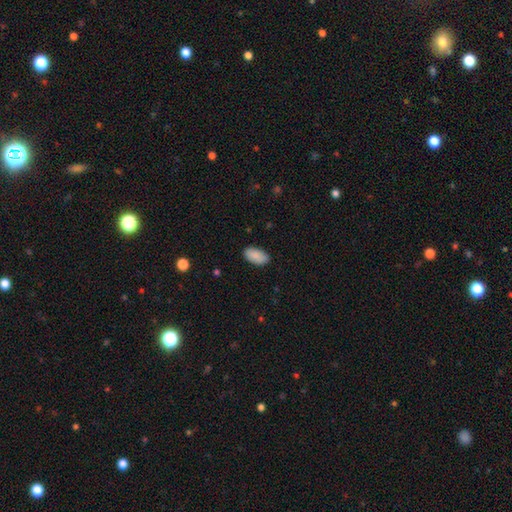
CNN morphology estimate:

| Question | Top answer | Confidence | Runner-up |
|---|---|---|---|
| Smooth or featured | smooth | 90% | star or artifact (6%) |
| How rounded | in between | 95% | cigar-shaped (3%) |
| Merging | none | 87% | minor disturbance (10%) |